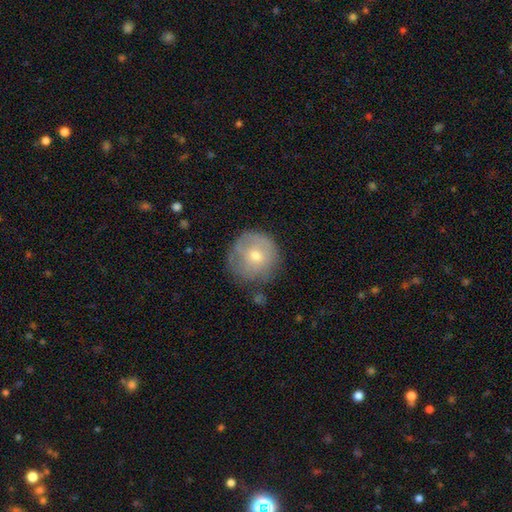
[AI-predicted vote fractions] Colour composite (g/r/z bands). It shows a smooth galaxy with no disk features (58%) that is round (92%). Merging: none (66%).